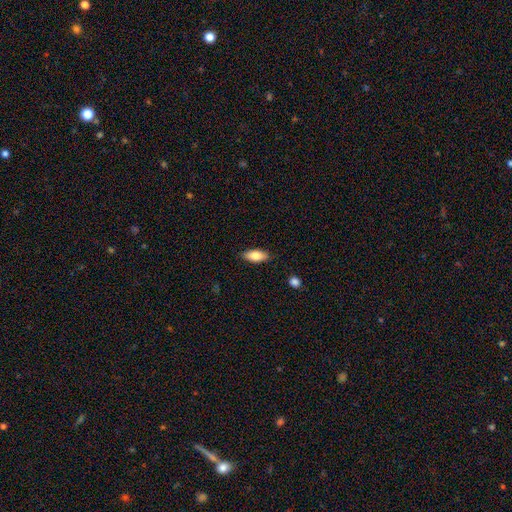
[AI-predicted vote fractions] Overall: smooth (78%). How rounded: in between (81%). Merging: none (87%).